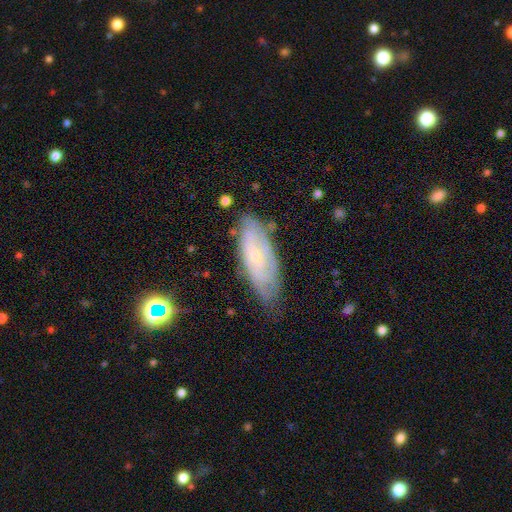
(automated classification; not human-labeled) This is possibly a featured or disk galaxy (58%). It is clearly not viewed edge-on (84%). Merging: likely none (63%).